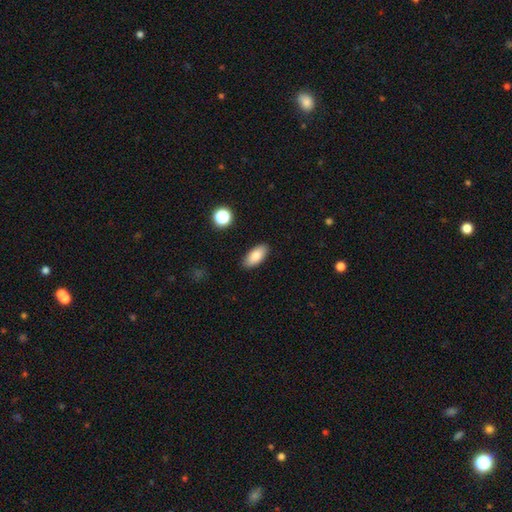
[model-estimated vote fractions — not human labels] Smooth or featured: smooth — 83% (featured or disk — 9%)
How rounded: in between — 89% (cigar-shaped — 8%)
Merging: none — 88% (minor disturbance — 8%)